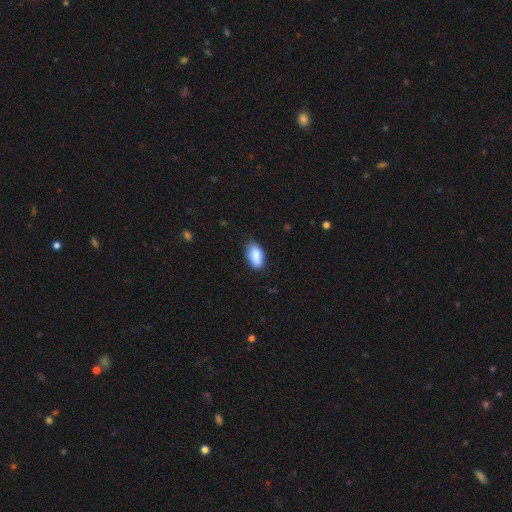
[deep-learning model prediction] A smooth galaxy with no disk features (88%) that is in between round and cigar-shaped (93%).

Vote fractions:
- Smooth or featured? smooth: 88% / star or artifact: 7% / featured or disk: 5%
- How rounded? in between: 93% / round: 4% / cigar-shaped: 3%
- Merging? none: 78% / minor disturbance: 18% / major disturbance: 3% / merger: 1%